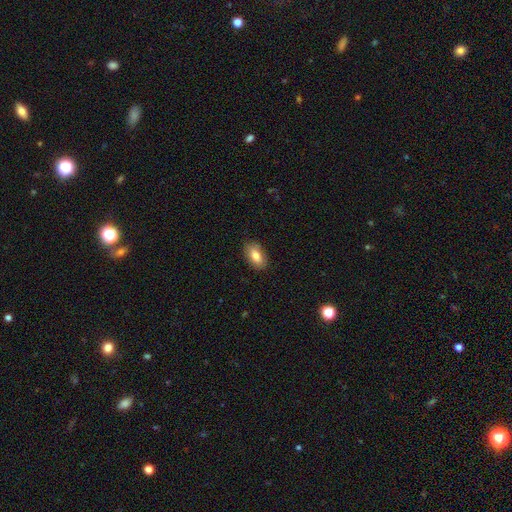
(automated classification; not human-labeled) This is clearly a smooth galaxy (80%). How rounded: clearly in between (92%). Merging: clearly none (87%).